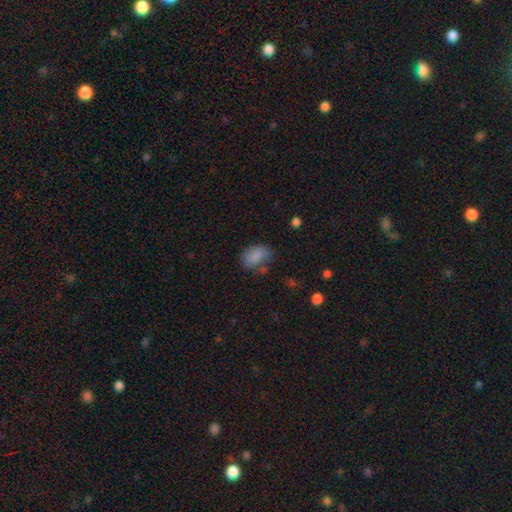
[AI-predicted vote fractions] This is clearly a smooth galaxy (83%). How rounded: clearly in between (85%). Merging: likely none (63%).